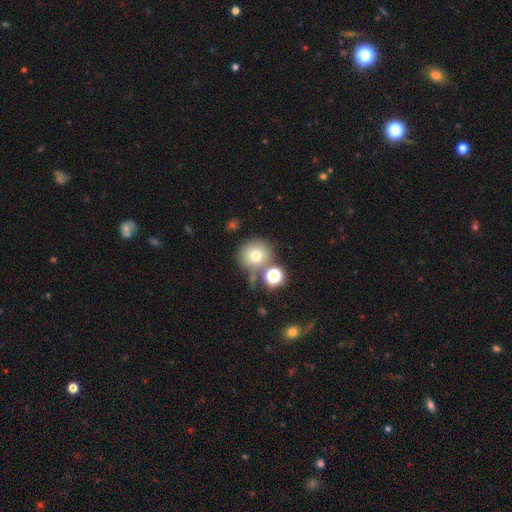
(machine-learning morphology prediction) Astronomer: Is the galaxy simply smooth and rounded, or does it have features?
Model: smooth — 72%.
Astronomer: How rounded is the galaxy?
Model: round — 90%.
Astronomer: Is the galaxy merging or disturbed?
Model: none — 67%.